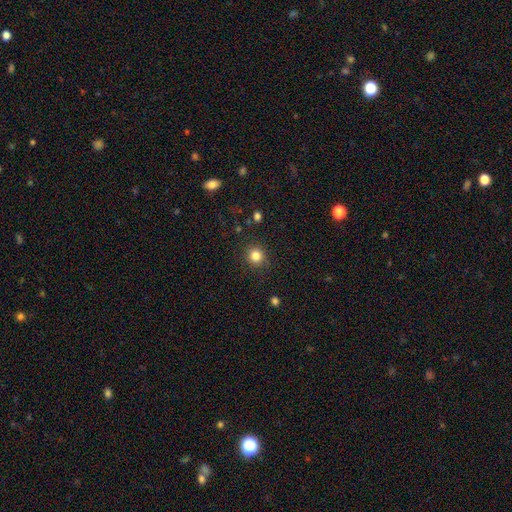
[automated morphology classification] This is clearly a smooth galaxy (83%). How rounded: clearly round (91%). Merging: clearly none (87%).